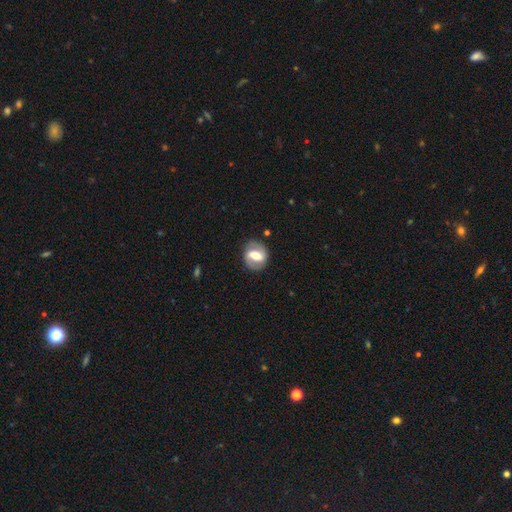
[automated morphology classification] A featured or disk galaxy (69%) with a strong bar (50%), 2 (86%) medium (45%) spiral arms (78%) and a moderate central bulge (61%).

Vote fractions:
- Smooth or featured? featured or disk: 69% / smooth: 25% / star or artifact: 6%
- Edge-on disk? no: 96% / yes: 4%
- Bar? strong: 50% / weak: 35% / no: 15%
- Spiral arms? yes: 78% / no: 22%
- Spiral winding? medium: 45% / tight: 35% / loose: 20%
- Spiral arm count? 2: 86% / can't tell: 7% / 1: 4% / 3: 1% / 4: 1% / more than 4: 1%
- Bulge size? moderate: 61% / large: 20% / small: 15% / dominant: 2% / none: 2%
- Merging? none: 82% / minor disturbance: 12% / major disturbance: 5% / merger: 1%